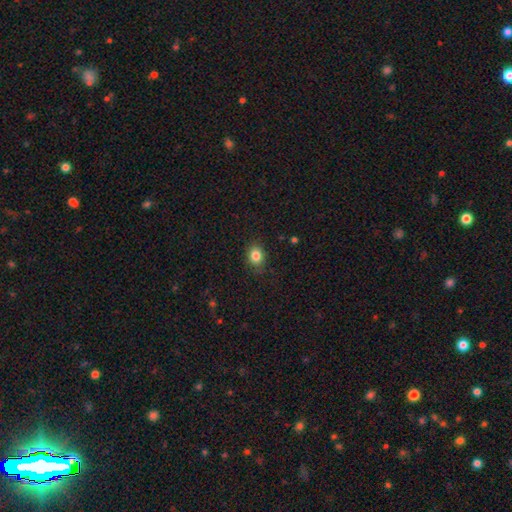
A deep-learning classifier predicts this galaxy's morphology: type=smooth (84%); roundness=round (55%); merging=none (85%).